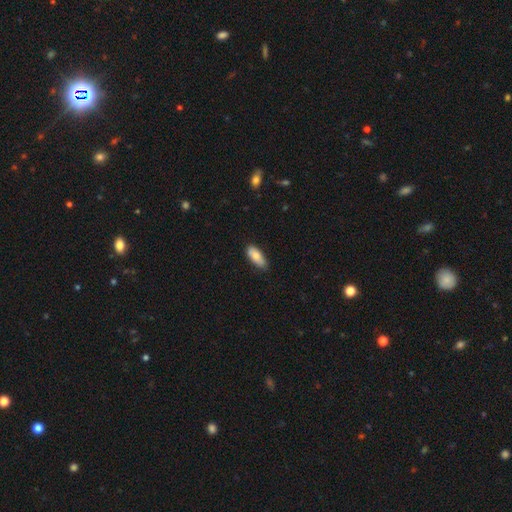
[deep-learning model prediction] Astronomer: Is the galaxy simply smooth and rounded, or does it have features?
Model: smooth — 78%.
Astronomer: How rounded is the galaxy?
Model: in between — 79%.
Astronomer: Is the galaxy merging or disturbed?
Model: none — 78%.